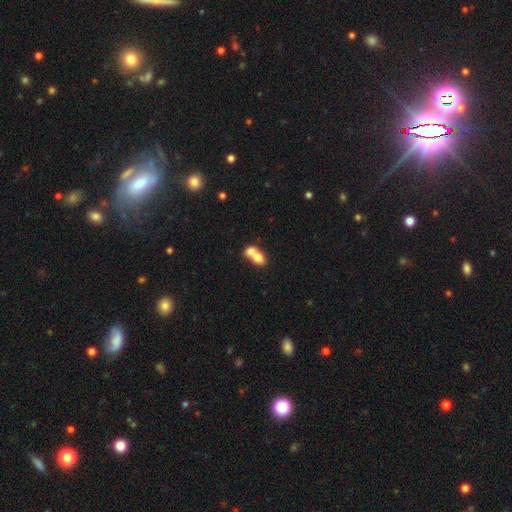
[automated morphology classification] Smooth or featured? smooth (73%)
How rounded? in between (72%)
Merging? merger (74%)